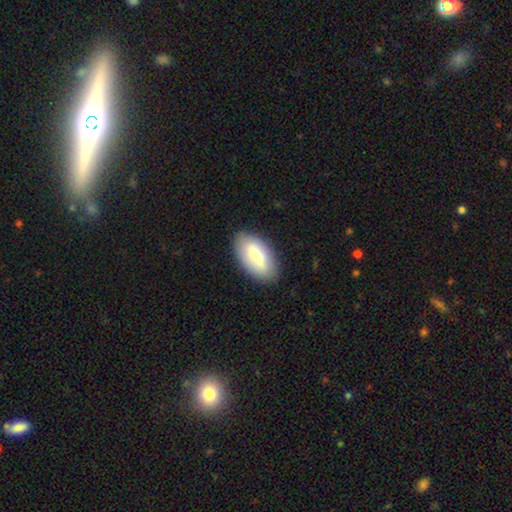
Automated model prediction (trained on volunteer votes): smooth_or_featured: smooth (p=0.76) [alt: featured or disk p=0.18]
how_rounded: in between (p=0.94) [alt: cigar-shaped p=0.03]
merging: none (p=0.84) [alt: minor disturbance p=0.12]